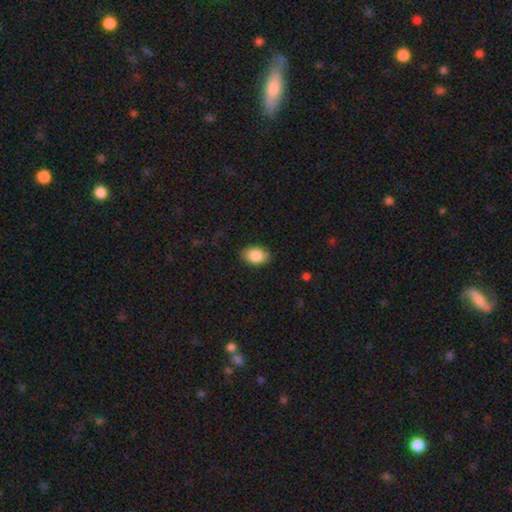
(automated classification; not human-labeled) The model was most divided on "how rounded": in between: 86%, round: 13%, cigar-shaped: 1%. More confident: merging — none (87%); smooth or featured — smooth (86%).